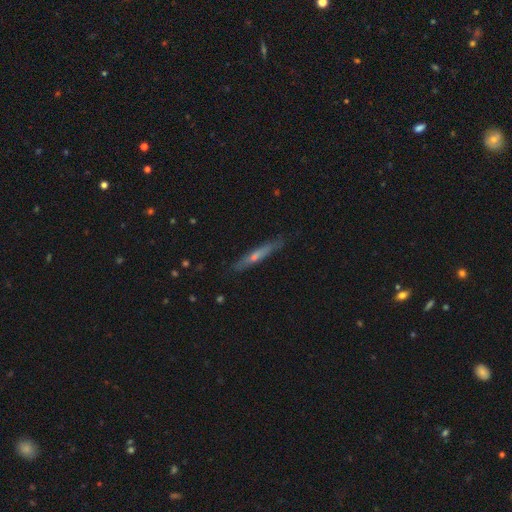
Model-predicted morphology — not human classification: Q: Smooth or featured?
A: featured or disk (56%); runner-up: smooth (37%)
Q: Edge-on disk?
A: yes (92%); runner-up: no (8%)
Q: Edge-on bulge?
A: rounded (67%); runner-up: none (30%)
Q: Merging?
A: none (86%); runner-up: minor disturbance (11%)